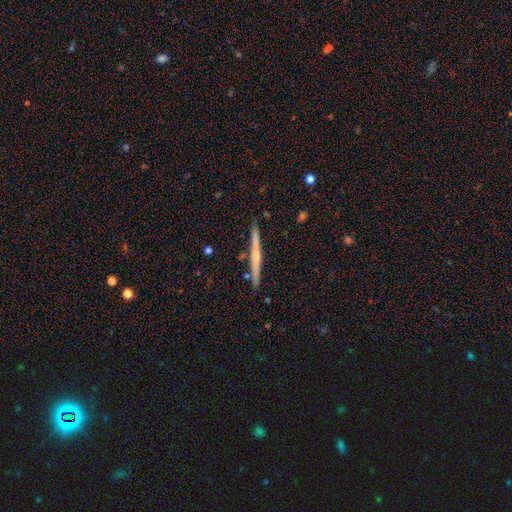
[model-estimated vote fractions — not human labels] smooth_or_featured: featured or disk (p=0.70) [alt: smooth p=0.24]
disk_edge_on: yes (p=0.98) [alt: no p=0.02]
edge_on_bulge: rounded (p=0.66) [alt: none p=0.28]
merging: none (p=0.90) [alt: minor disturbance p=0.07]